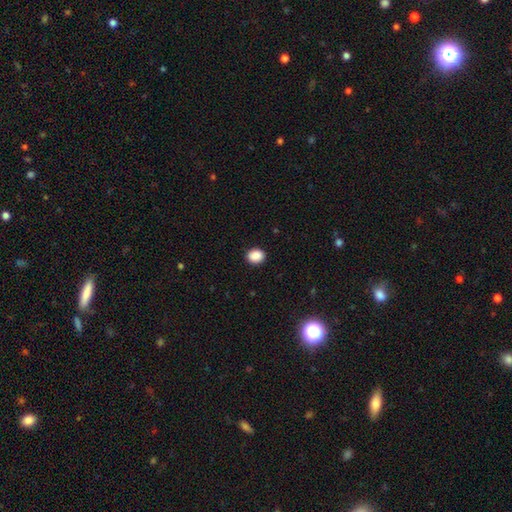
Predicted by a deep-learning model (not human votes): Smooth or featured? Predicted: smooth (p=0.89). How rounded? Predicted: round (p=0.58). Merging? Predicted: none (p=0.90).